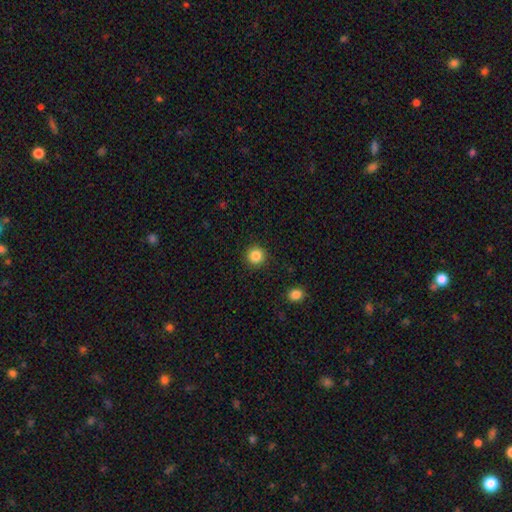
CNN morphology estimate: A smooth galaxy with no disk features (85%) that is round (95%). Merging: none (92%).